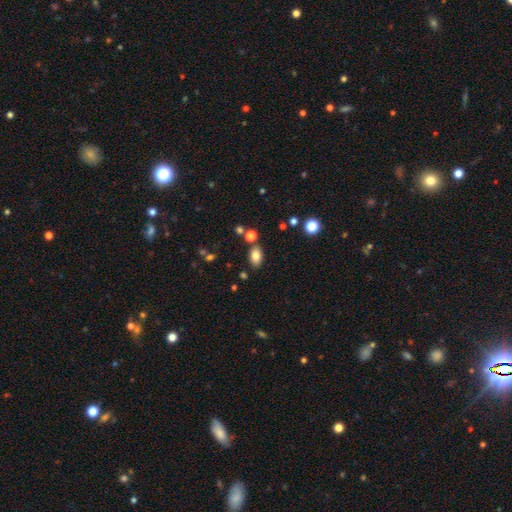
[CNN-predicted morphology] The model was most divided on "merging": none: 80%, minor disturbance: 10%, merger: 6%, major disturbance: 3%. More confident: how rounded — in between (87%); smooth or featured — smooth (81%).